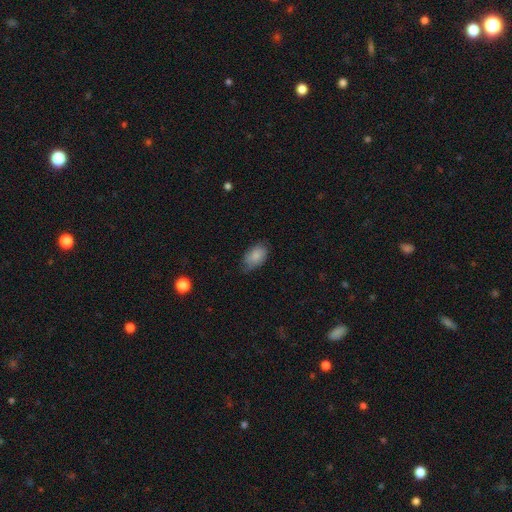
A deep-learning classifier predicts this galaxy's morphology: type=smooth (81%); roundness=in between (91%); merging=none (59%).